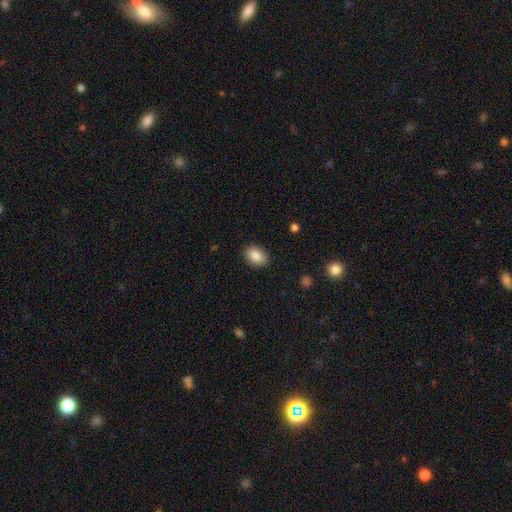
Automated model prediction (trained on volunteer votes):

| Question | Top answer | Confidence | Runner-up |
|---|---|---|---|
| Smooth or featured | smooth | 87% | star or artifact (8%) |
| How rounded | in between | 80% | round (19%) |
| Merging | none | 88% | minor disturbance (9%) |